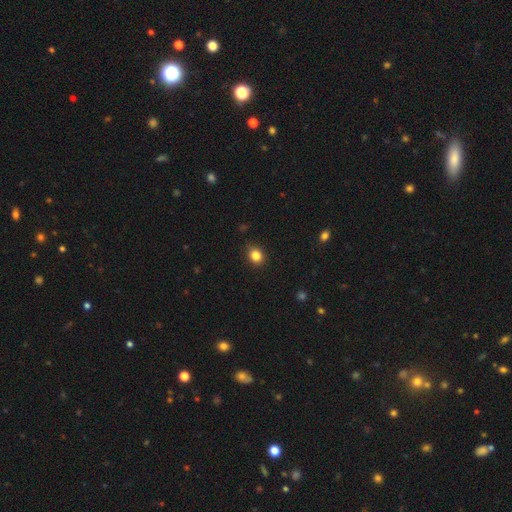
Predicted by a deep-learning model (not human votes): smooth-or-featured: smooth: 84% | star or artifact: 11% | featured or disk: 5%
  how-rounded: round: 62% | in between: 37% | cigar-shaped: 1%
  merging: none: 87% | minor disturbance: 10% | major disturbance: 2% | merger: 1%